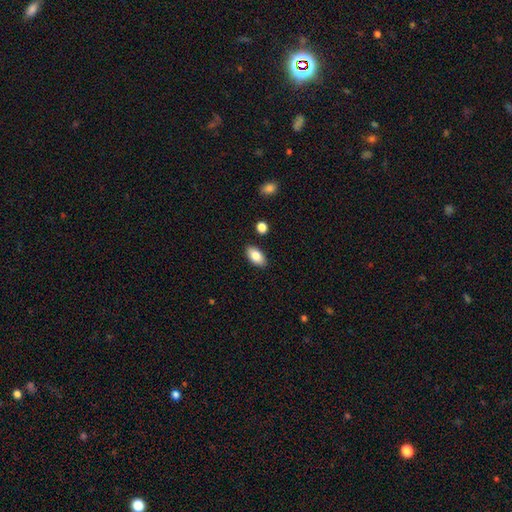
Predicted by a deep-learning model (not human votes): Morphology: type=smooth (84%); roundness=in between (93%); merging=none (88%).